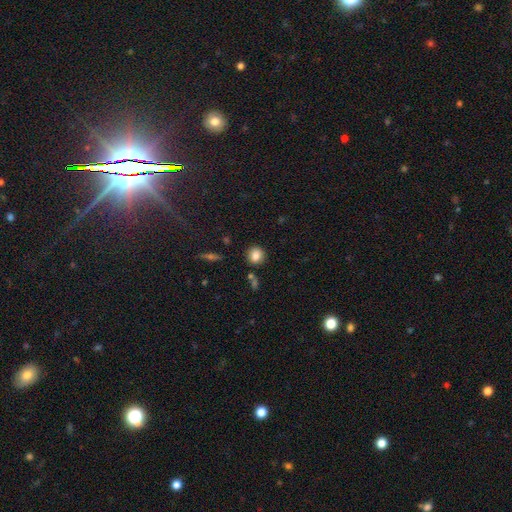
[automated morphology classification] Smooth or featured?
  - smooth: 83% *
  - star or artifact: 10%
  - featured or disk: 7%
How rounded?
  - round: 79% *
  - in between: 19%
  - cigar-shaped: 1%
Merging?
  - none: 84% *
  - minor disturbance: 9%
  - merger: 4%
  - major disturbance: 3%